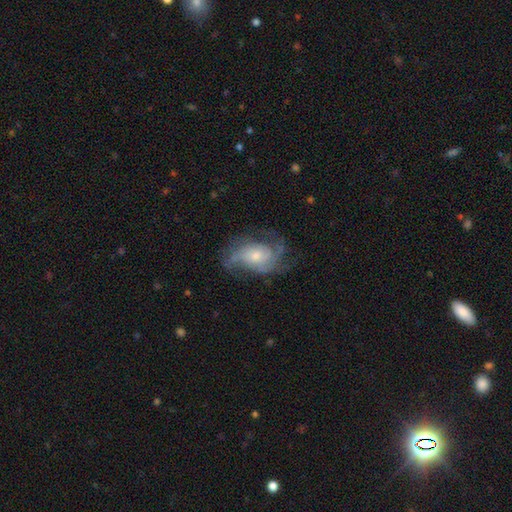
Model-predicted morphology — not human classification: This appears to be a featured or disk galaxy (78%) with no bar (69%), 2 (30%) medium (45%) spiral arms (92%) and a small central bulge (48%). Merging: none (60%).